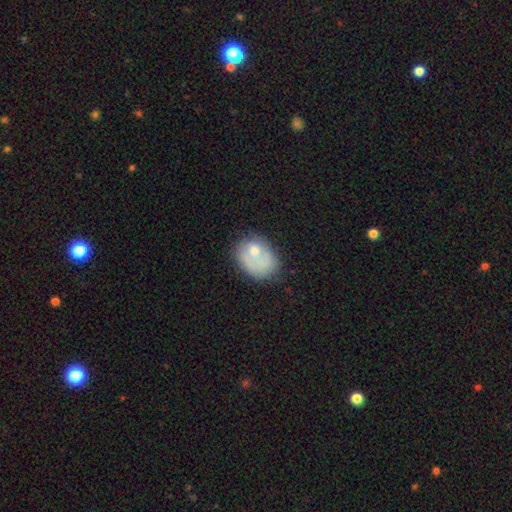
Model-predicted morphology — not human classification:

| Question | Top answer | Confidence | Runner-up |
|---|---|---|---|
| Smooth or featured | smooth | 59% | featured or disk (33%) |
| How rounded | in between | 63% | round (36%) |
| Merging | none | 42% | minor disturbance (28%) |